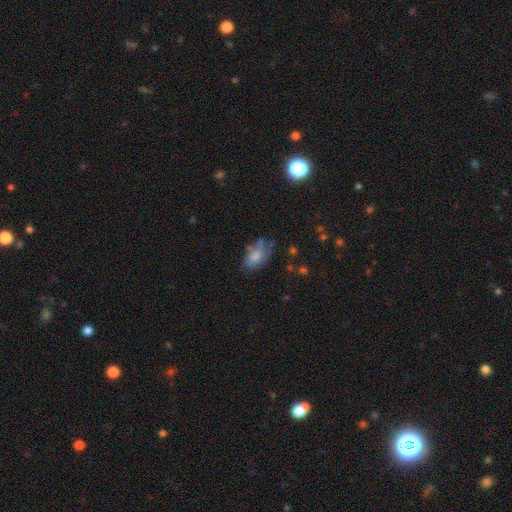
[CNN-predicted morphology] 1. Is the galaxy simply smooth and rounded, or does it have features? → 71% smooth, 20% featured or disk, 9% star or artifact.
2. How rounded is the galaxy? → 91% in between, 7% round, 3% cigar-shaped.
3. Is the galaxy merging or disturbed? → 46% none, 31% minor disturbance, 16% major disturbance, 6% merger.